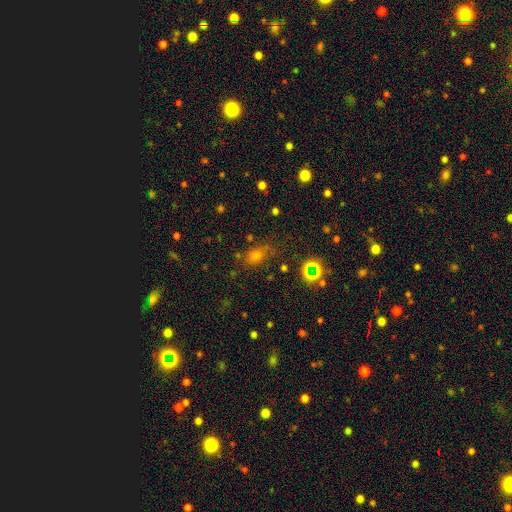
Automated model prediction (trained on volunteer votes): Q: Smooth or featured?
A: smooth (62%); runner-up: star or artifact (27%)
Q: How rounded?
A: in between (60%); runner-up: round (36%)
Q: Merging?
A: none (68%); runner-up: minor disturbance (19%)